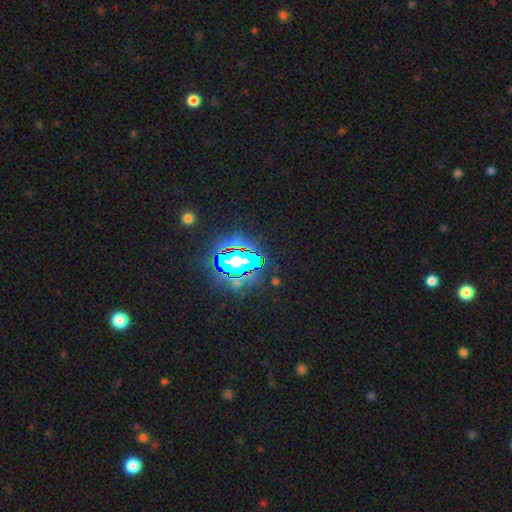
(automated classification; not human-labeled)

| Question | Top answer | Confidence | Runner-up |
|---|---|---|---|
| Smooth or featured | star or artifact | 84% | smooth (9%) |